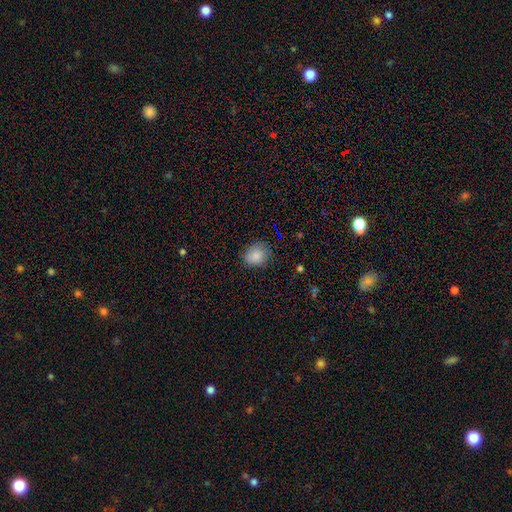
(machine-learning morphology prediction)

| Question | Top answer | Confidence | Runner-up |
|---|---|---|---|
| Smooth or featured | smooth | 84% | star or artifact (9%) |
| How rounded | round | 63% | in between (36%) |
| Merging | none | 79% | minor disturbance (17%) |